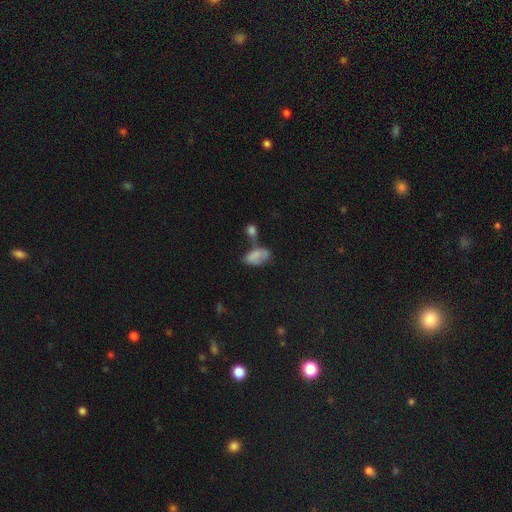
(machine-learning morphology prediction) A smooth galaxy with no disk features (71%) that is in between round and cigar-shaped (91%). Merging: merger (38%).